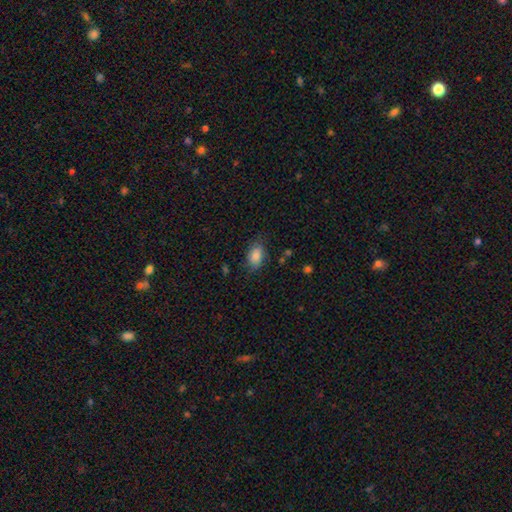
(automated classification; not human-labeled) This is clearly a smooth galaxy (85%). How rounded: clearly in between (88%). Merging: likely none (74%).